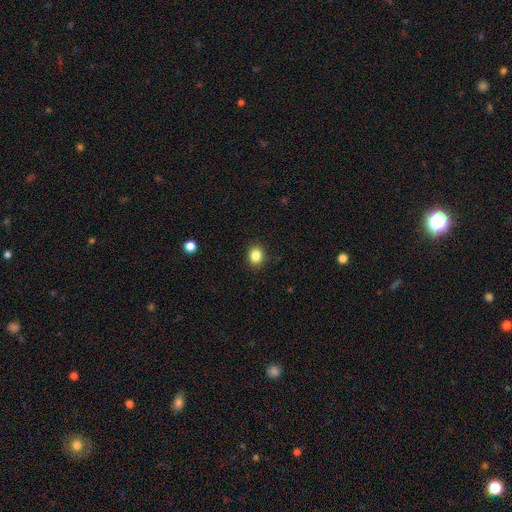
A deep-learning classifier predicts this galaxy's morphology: Overall: smooth (85%). How rounded: round (62%; in between 37%). Merging: none (90%).